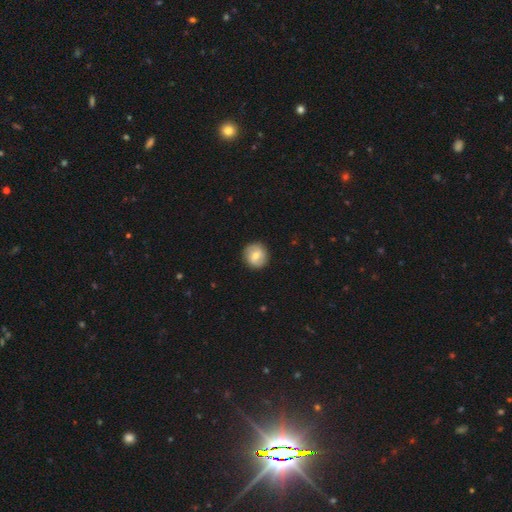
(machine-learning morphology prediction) Q: Smooth or featured?
A: smooth (56%); runner-up: featured or disk (37%)
Q: How rounded?
A: round (91%); runner-up: in between (8%)
Q: Merging?
A: none (89%); runner-up: minor disturbance (8%)